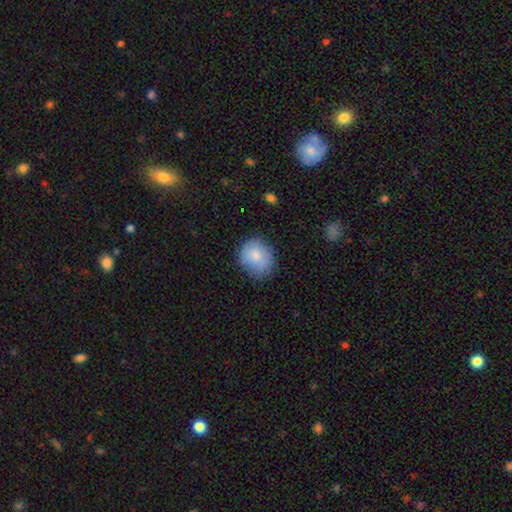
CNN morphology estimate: Overall: smooth (83%). How rounded: round (72%). Merging: none (73%).